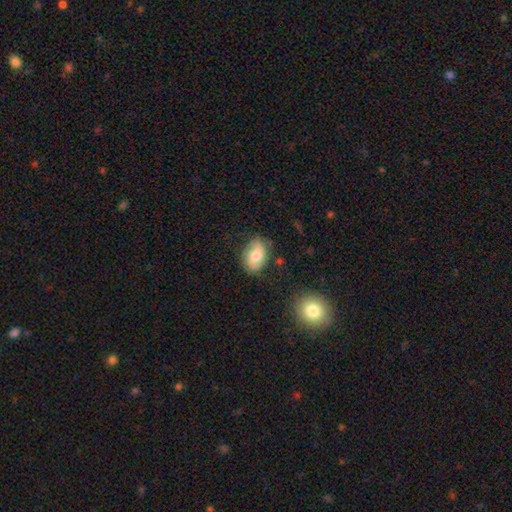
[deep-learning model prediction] Smooth or featured? smooth (55%)
How rounded? in between (84%)
Merging? none (75%)